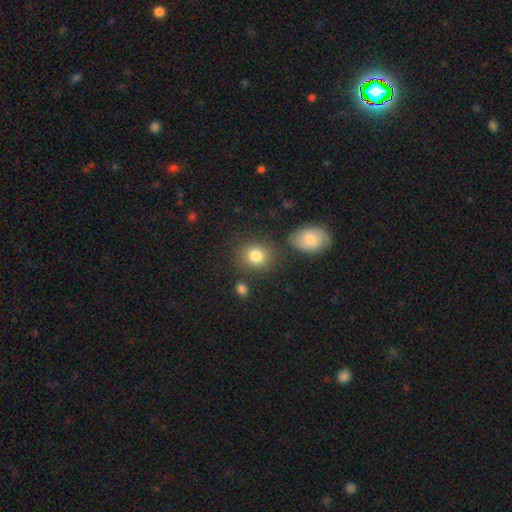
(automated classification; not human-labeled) Smooth or featured? Predicted: smooth (p=0.83). How rounded? Predicted: round (p=0.73). Merging? Predicted: none (p=0.77).